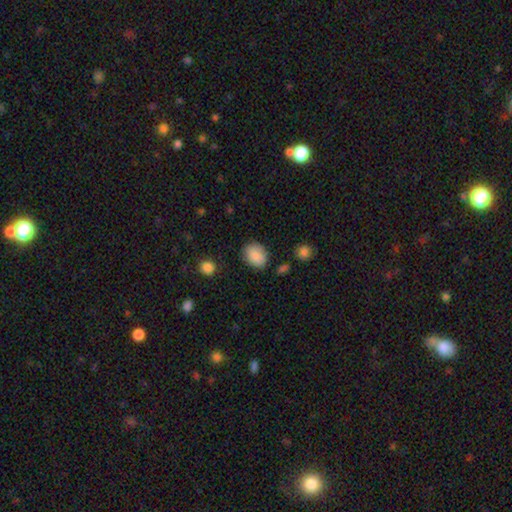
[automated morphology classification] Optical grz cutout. It shows a smooth galaxy with no disk features (86%) that is in between round and cigar-shaped (58%). Merging: none (76%).